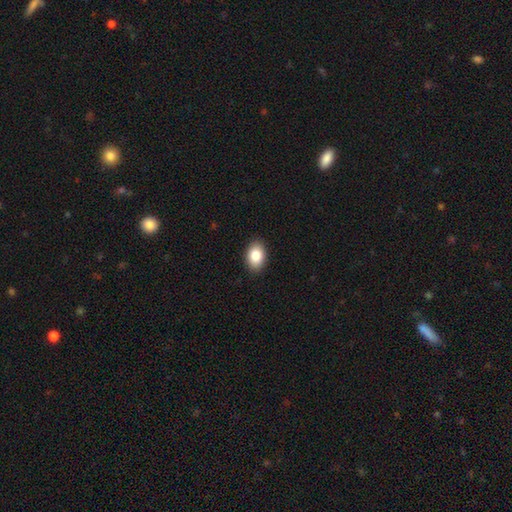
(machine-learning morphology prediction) Smooth or featured? smooth (86%)
How rounded? in between (86%)
Merging? none (90%)